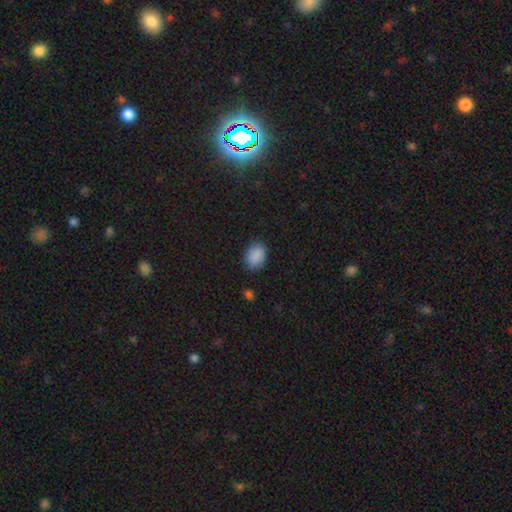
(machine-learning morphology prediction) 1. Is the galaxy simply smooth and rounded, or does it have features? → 88% smooth, 8% star or artifact, 4% featured or disk.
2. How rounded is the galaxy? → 78% in between, 21% round, 1% cigar-shaped.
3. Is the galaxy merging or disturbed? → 83% none, 12% minor disturbance, 3% major disturbance, 1% merger.